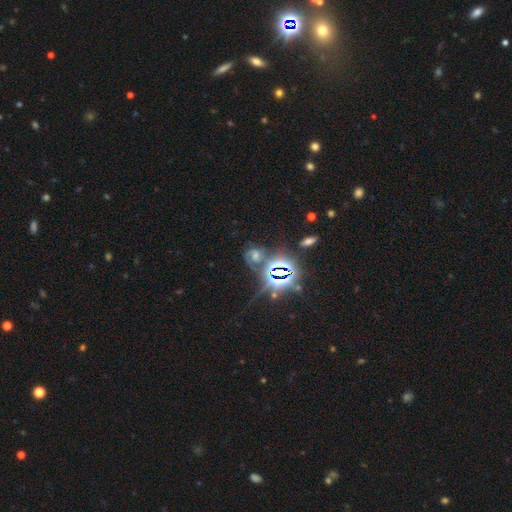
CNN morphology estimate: star or artifact 60%, smooth 20%, featured or disk 20%.